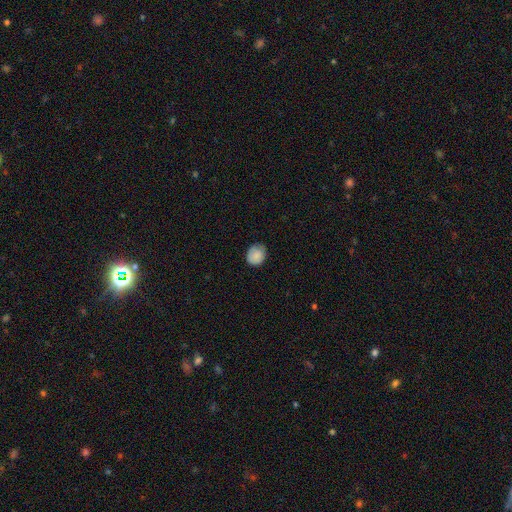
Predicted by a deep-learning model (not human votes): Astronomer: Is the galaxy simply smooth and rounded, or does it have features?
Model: smooth — 84%.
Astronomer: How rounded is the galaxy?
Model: round — 70%.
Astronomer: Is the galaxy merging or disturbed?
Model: none — 72%.